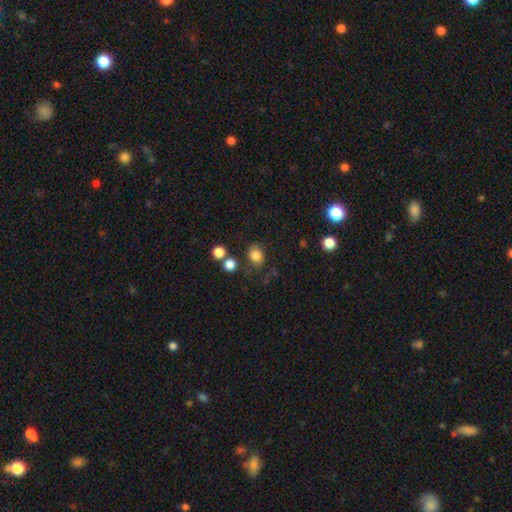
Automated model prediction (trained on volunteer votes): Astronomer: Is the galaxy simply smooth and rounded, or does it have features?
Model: smooth — 82%.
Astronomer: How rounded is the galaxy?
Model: round — 61% (runner-up: in between, 38%).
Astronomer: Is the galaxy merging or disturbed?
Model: none — 72%.